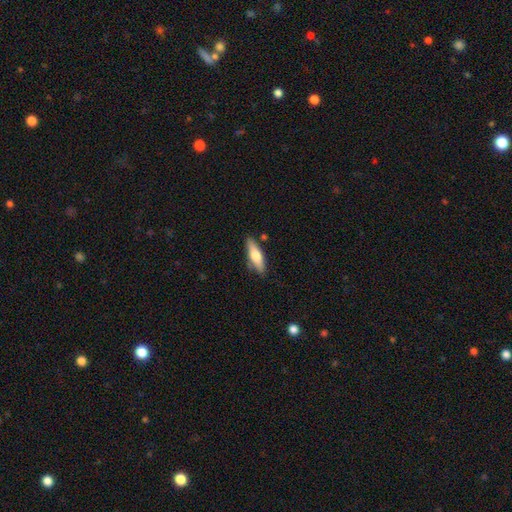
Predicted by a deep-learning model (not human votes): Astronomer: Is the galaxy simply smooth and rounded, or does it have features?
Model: smooth — 59% (runner-up: featured or disk, 36%).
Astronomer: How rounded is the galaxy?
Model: cigar-shaped — 58% (runner-up: in between, 40%).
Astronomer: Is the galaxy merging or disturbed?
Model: none — 80%.